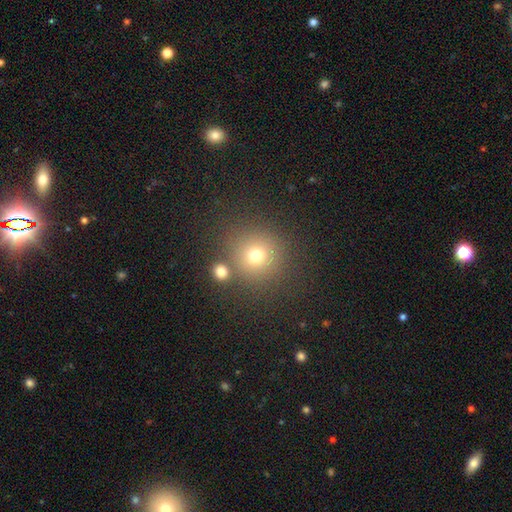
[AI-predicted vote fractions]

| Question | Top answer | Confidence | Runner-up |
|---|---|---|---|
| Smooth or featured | smooth | 71% | star or artifact (19%) |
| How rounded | round | 92% | in between (7%) |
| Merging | none | 77% | merger (11%) |